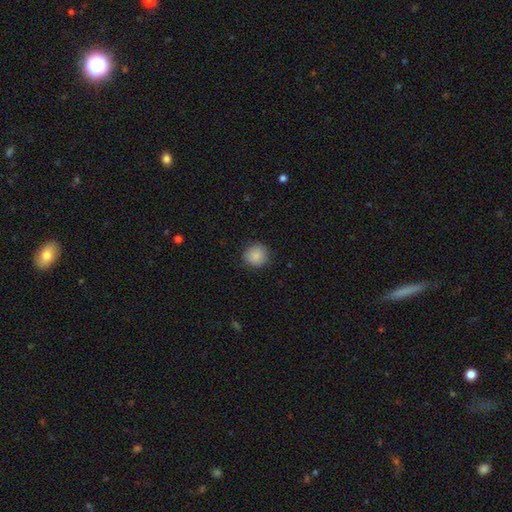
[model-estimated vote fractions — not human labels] smooth_or_featured: smooth (p=0.88) [alt: star or artifact p=0.09]
how_rounded: round (p=0.91) [alt: in between p=0.08]
merging: none (p=0.87) [alt: minor disturbance p=0.09]